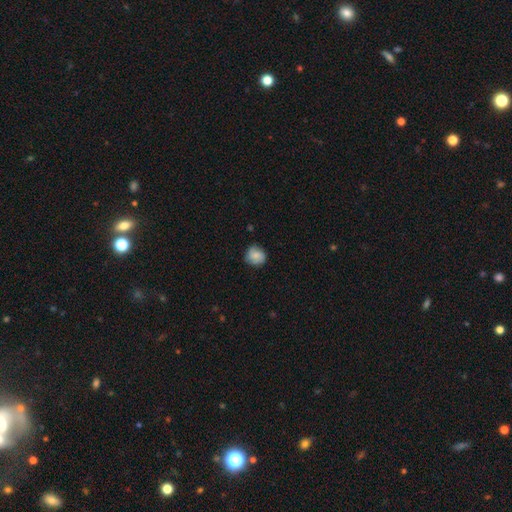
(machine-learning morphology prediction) Smooth or featured? smooth (79%)
How rounded? round (84%)
Merging? none (74%)